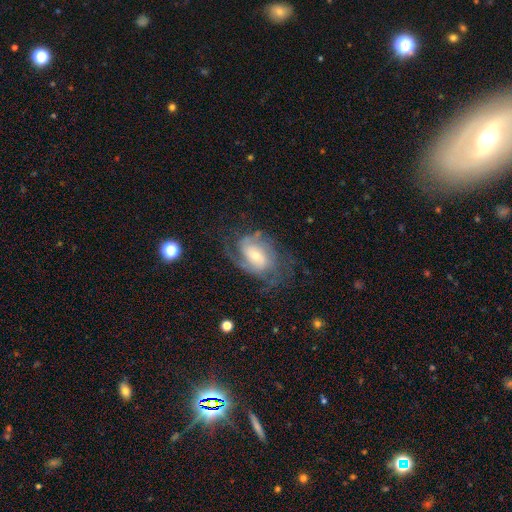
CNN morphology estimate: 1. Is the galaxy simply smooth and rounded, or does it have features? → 79% featured or disk, 15% smooth, 6% star or artifact.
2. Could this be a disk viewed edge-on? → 97% no, 3% yes.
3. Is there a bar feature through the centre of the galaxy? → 52% no, 37% weak, 11% strong.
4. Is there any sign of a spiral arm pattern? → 93% yes, 7% no.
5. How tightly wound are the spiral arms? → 43% medium, 41% tight, 17% loose.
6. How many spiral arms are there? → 47% 2, 26% can't tell, 14% 3, 6% 1, 4% 4, 3% more than 4.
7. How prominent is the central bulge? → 51% small, 38% moderate, 7% large, 2% none, 2% dominant.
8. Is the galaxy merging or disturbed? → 58% none, 21% minor disturbance, 19% major disturbance, 2% merger.